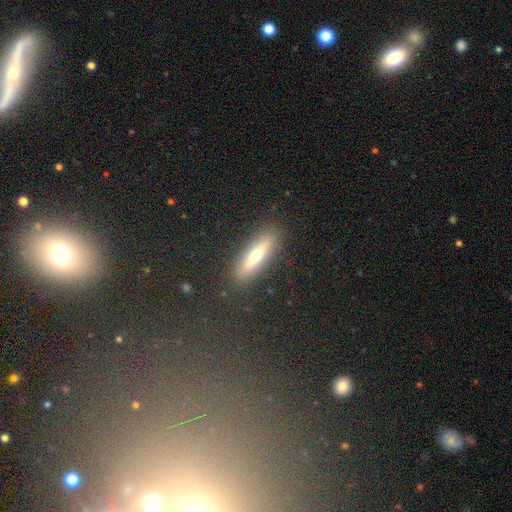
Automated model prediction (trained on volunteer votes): Smooth or featured? Predicted: smooth (p=0.55). How rounded? Predicted: cigar-shaped (p=0.76). Merging? Predicted: none (p=0.88).